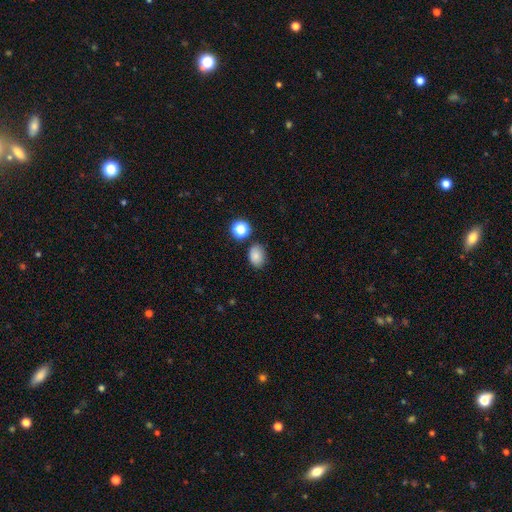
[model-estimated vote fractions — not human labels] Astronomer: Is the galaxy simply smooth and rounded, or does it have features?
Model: smooth — 83%.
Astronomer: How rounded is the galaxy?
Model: in between — 73%.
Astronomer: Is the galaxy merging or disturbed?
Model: none — 77%.